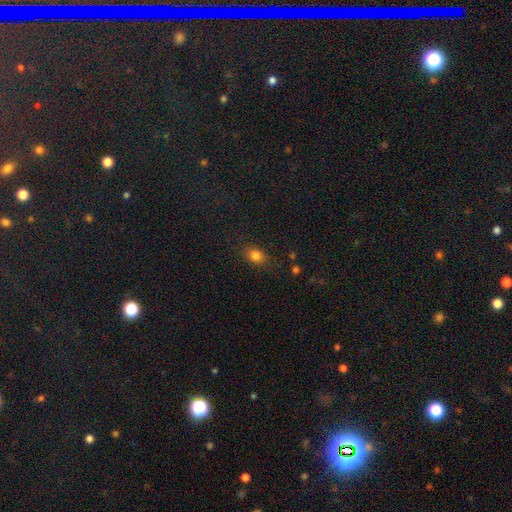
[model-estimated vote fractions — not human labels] This is clearly a smooth galaxy (80%). How rounded: possibly in between (56%). Merging: clearly none (80%).